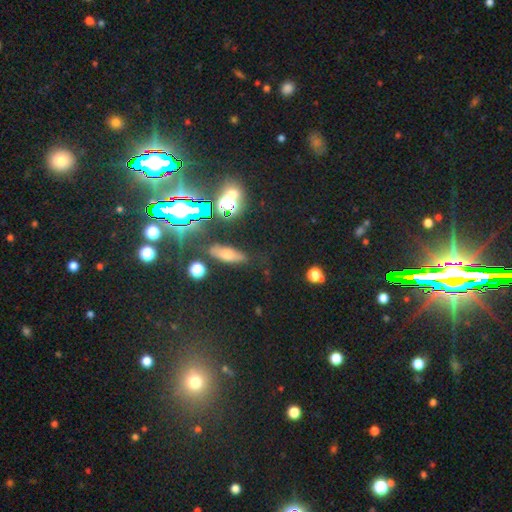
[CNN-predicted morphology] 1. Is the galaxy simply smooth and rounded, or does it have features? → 58% star or artifact, 26% smooth, 17% featured or disk.